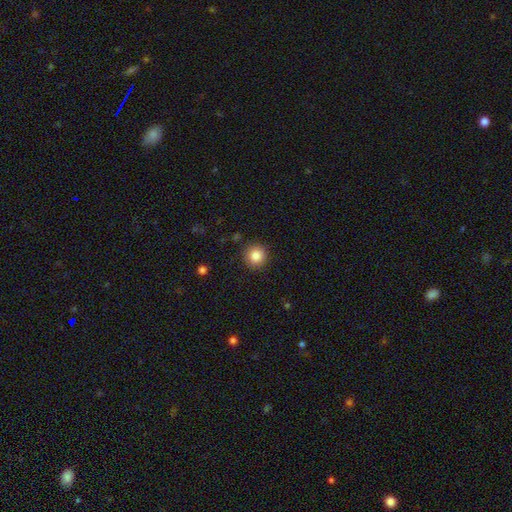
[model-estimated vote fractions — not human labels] Q: Smooth or featured?
A: smooth (85%); runner-up: star or artifact (10%)
Q: How rounded?
A: round (94%); runner-up: in between (5%)
Q: Merging?
A: none (90%); runner-up: minor disturbance (7%)